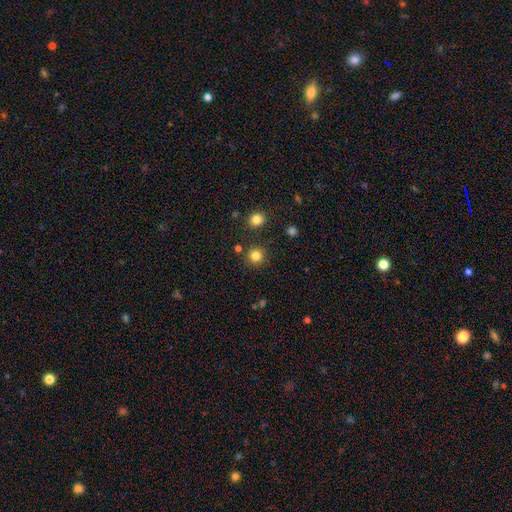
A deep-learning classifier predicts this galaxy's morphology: A smooth galaxy with no disk features (82%) that is round (93%).

Vote fractions:
- Smooth or featured? smooth: 82% / star or artifact: 13% / featured or disk: 5%
- How rounded? round: 93% / in between: 6% / cigar-shaped: 1%
- Merging? none: 87% / minor disturbance: 7% / merger: 4% / major disturbance: 3%